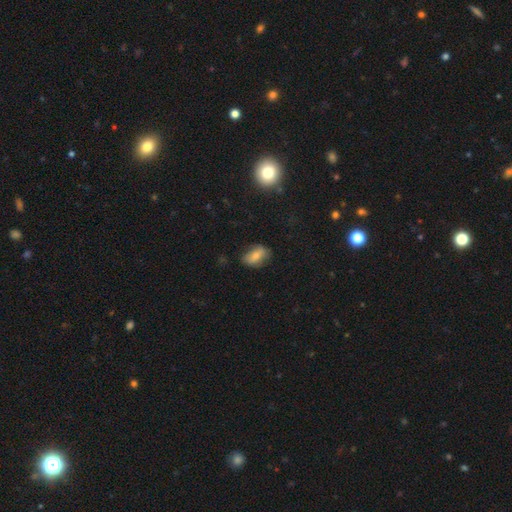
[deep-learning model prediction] smooth 66%, featured or disk 23%, star or artifact 12%. Down the decision tree: how rounded — in between (84%); merging — none (71%).